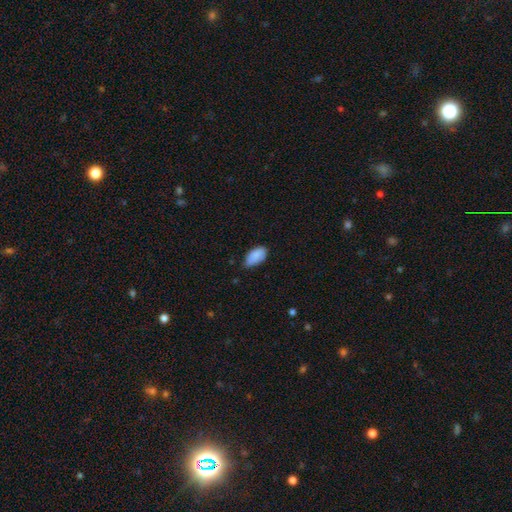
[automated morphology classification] The model was most divided on "merging": none: 61%, minor disturbance: 33%, major disturbance: 5%, merger: 2%. More confident: how rounded — in between (94%); smooth or featured — smooth (87%).